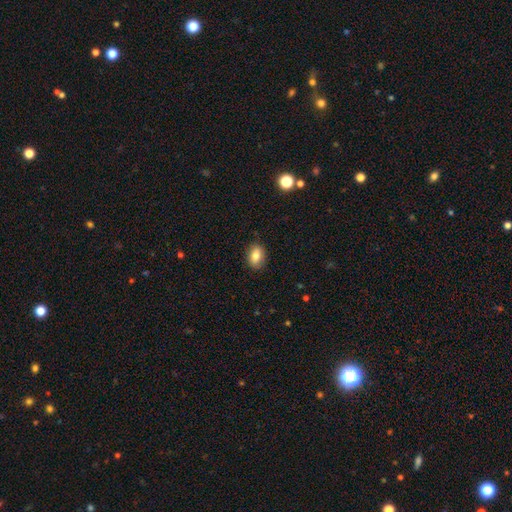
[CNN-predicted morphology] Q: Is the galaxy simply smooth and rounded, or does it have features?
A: smooth — 83%.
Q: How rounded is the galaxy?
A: in between — 81%.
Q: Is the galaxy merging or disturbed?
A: none — 87%.